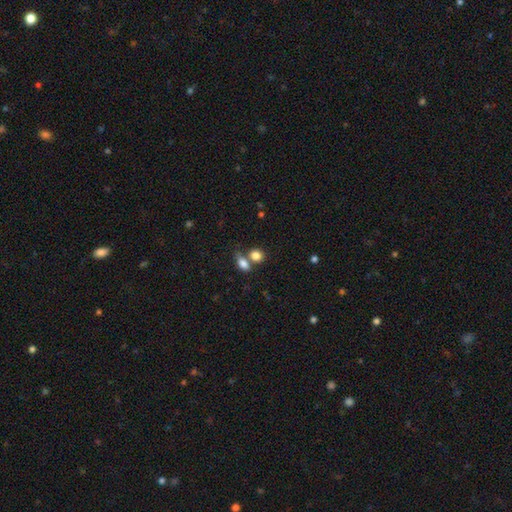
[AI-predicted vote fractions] A smooth galaxy with no disk features (82%) that is round (49%). Merging: none (44%).